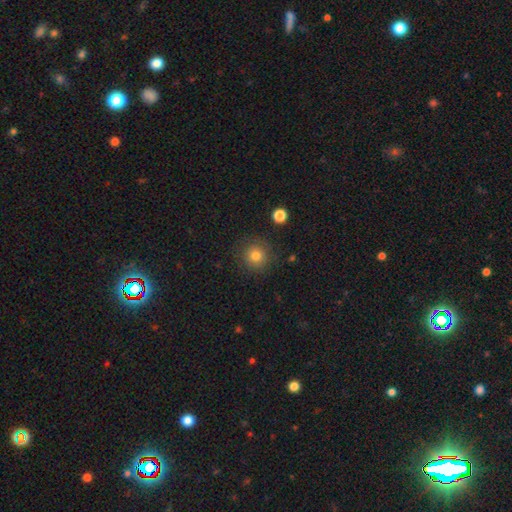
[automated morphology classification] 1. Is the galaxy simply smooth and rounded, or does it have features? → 81% smooth, 12% star or artifact, 7% featured or disk.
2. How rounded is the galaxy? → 93% round, 6% in between, 1% cigar-shaped.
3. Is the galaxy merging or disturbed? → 87% none, 8% minor disturbance, 3% major disturbance, 2% merger.